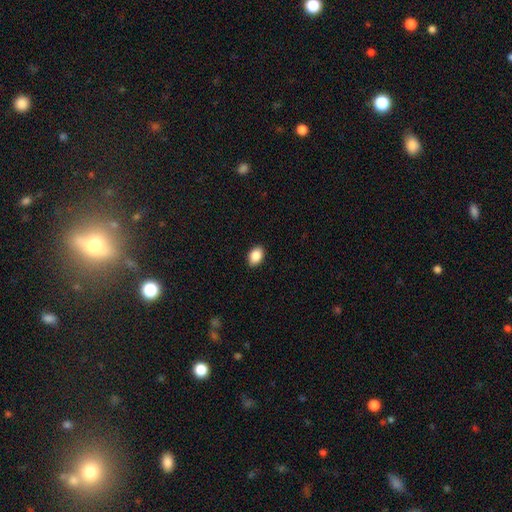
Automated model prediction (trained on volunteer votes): smooth 87%, star or artifact 8%, featured or disk 5%. Down the decision tree: how rounded — in between (85%); merging — none (90%).